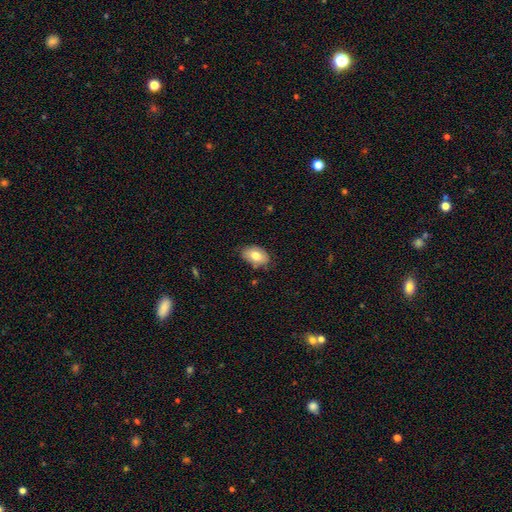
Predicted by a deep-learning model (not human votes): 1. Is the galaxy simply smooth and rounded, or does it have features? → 77% smooth, 16% featured or disk, 7% star or artifact.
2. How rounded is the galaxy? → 90% in between, 9% round, 1% cigar-shaped.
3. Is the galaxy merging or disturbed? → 76% none, 19% minor disturbance, 3% major disturbance, 2% merger.